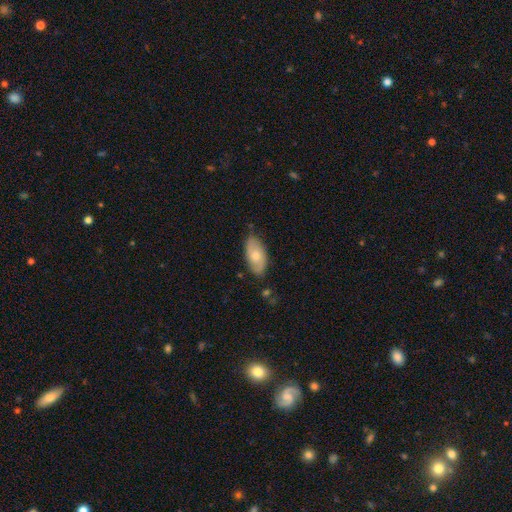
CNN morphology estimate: A smooth galaxy with no disk features (65%) that is in between round and cigar-shaped (93%). Merging: none (74%).